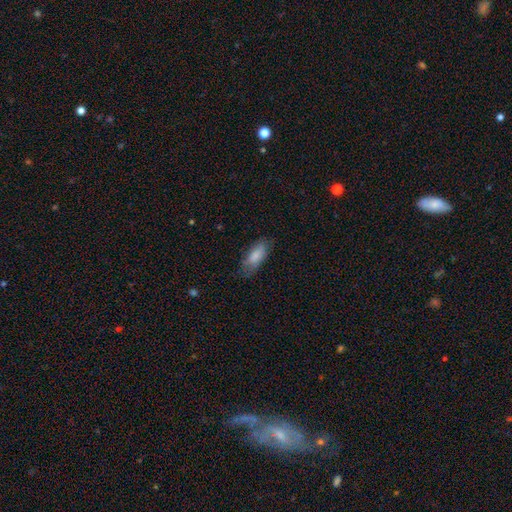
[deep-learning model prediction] This appears to be a smooth galaxy with no disk features (79%) that is in between round and cigar-shaped (82%). Merging: none (62%).